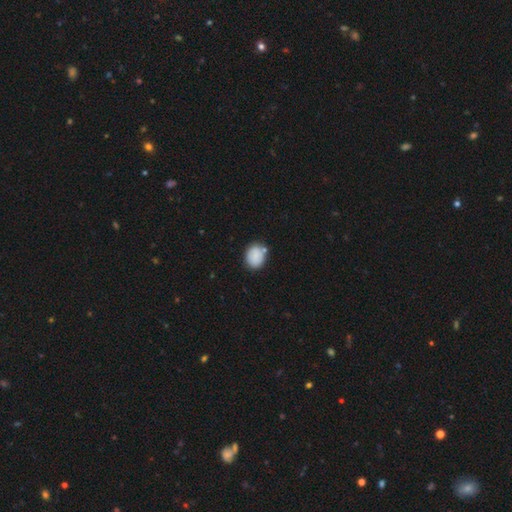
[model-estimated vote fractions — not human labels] Smooth or featured?
  - smooth: 83% *
  - featured or disk: 9%
  - star or artifact: 8%
How rounded?
  - round: 55% *
  - in between: 45%
  - cigar-shaped: 1%
Merging?
  - none: 73% *
  - minor disturbance: 16%
  - merger: 7%
  - major disturbance: 4%